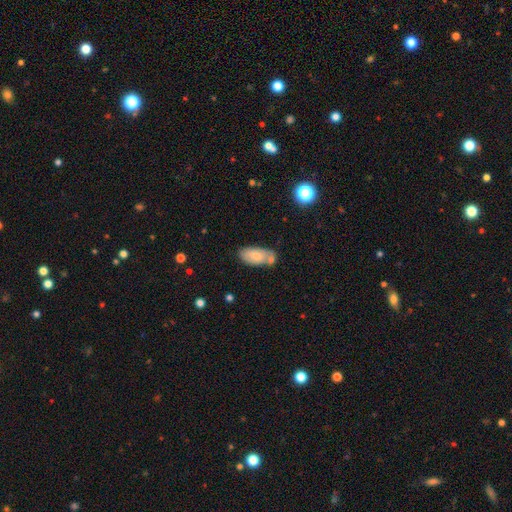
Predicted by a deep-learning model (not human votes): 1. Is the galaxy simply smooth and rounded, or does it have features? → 75% smooth, 17% featured or disk, 7% star or artifact.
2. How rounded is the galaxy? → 90% in between, 7% cigar-shaped, 3% round.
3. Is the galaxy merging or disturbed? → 49% none, 25% merger, 21% minor disturbance, 6% major disturbance.